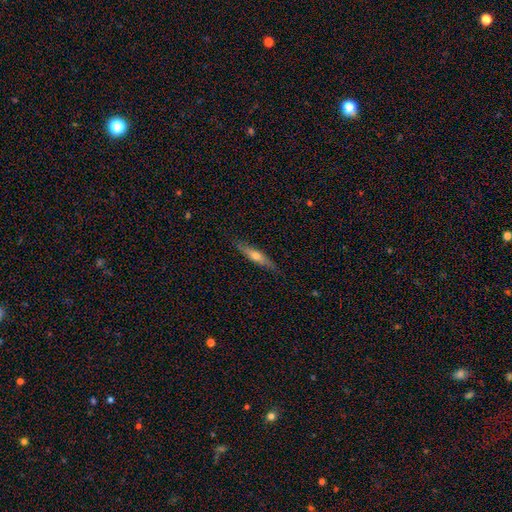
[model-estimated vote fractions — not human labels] smooth-or-featured: featured or disk: 50% | smooth: 44% | star or artifact: 6%
  merging: none: 85% | minor disturbance: 12% | major disturbance: 2% | merger: 1%